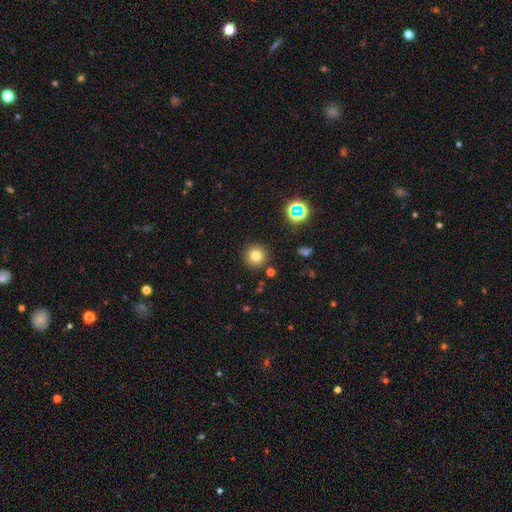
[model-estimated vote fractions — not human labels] Smooth or featured?
  - smooth: 77% *
  - star or artifact: 15%
  - featured or disk: 8%
How rounded?
  - round: 95% *
  - in between: 4%
  - cigar-shaped: 1%
Merging?
  - none: 88% *
  - minor disturbance: 6%
  - merger: 3%
  - major disturbance: 2%